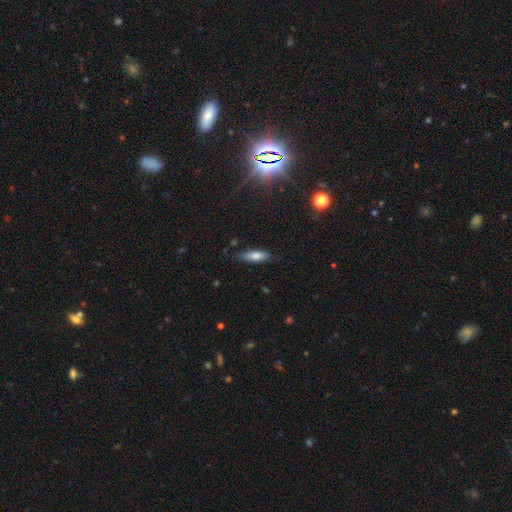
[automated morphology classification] The model was most divided on "how rounded": cigar-shaped: 50%, in between: 48%, round: 2%. More confident: merging — none (79%); smooth or featured — smooth (72%).